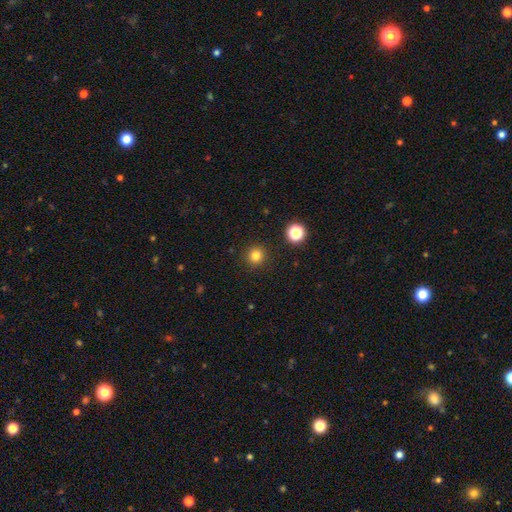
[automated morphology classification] A smooth galaxy with no disk features (82%) that is round (93%). Merging: none (91%).